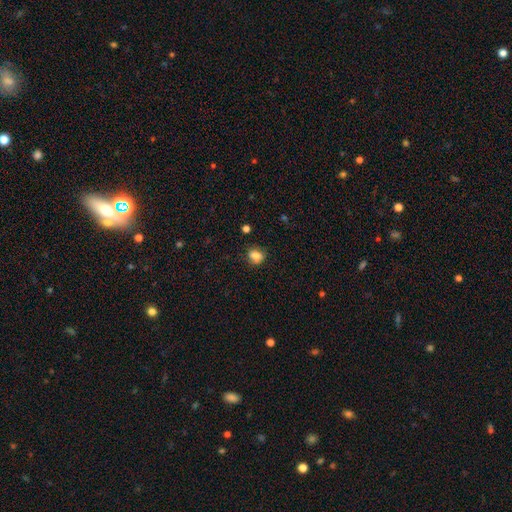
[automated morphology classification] Smooth or featured: smooth — 81% (star or artifact — 11%)
How rounded: round — 55% (in between — 43%)
Merging: none — 72% (minor disturbance — 19%)